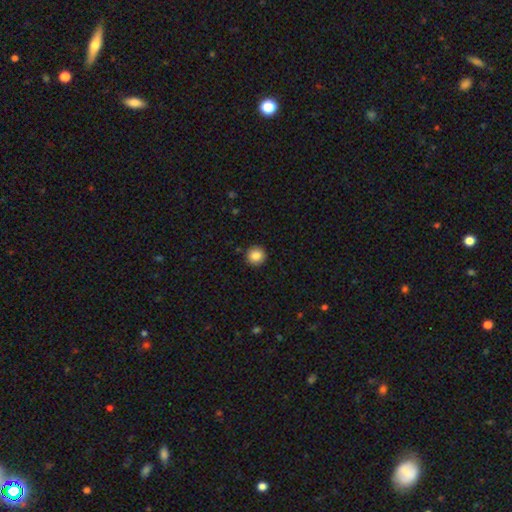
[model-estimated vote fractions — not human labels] Morphology: type=smooth (86%); roundness=round (95%); merging=none (92%).